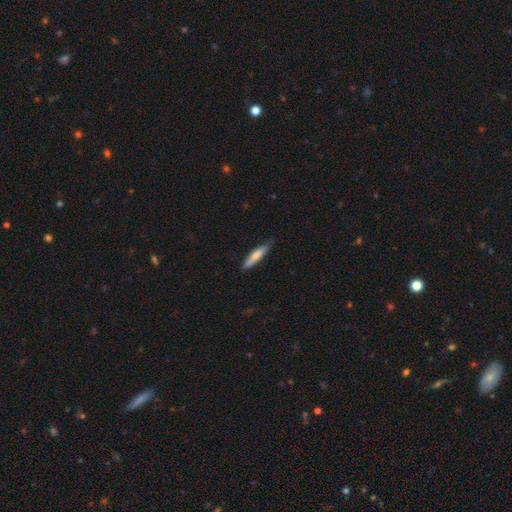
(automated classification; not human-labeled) smooth 74%, featured or disk 21%, star or artifact 5%. Down the decision tree: how rounded — cigar-shaped (84%); merging — none (80%).